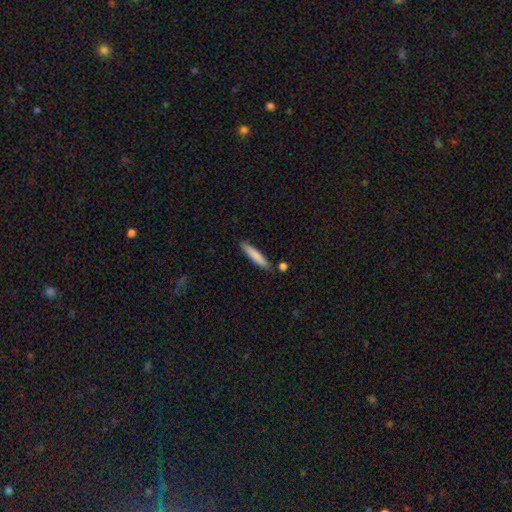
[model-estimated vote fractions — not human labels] This appears to be a smooth galaxy with no disk features (81%) that is cigar-shaped (90%). Merging: none (85%).